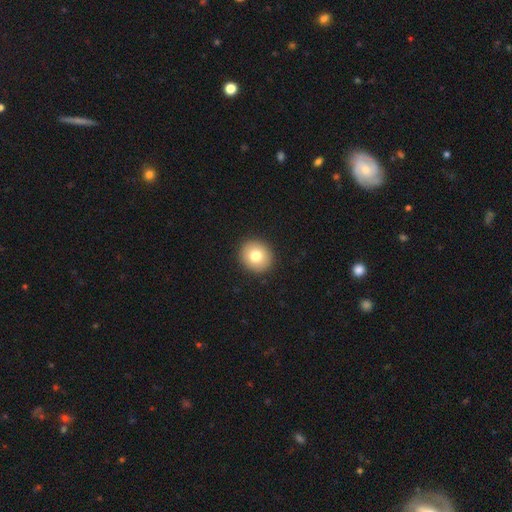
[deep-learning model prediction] smooth_or_featured: smooth (p=0.77) [alt: featured or disk p=0.13]
how_rounded: round (p=0.87) [alt: in between p=0.12]
merging: none (p=0.92) [alt: minor disturbance p=0.05]